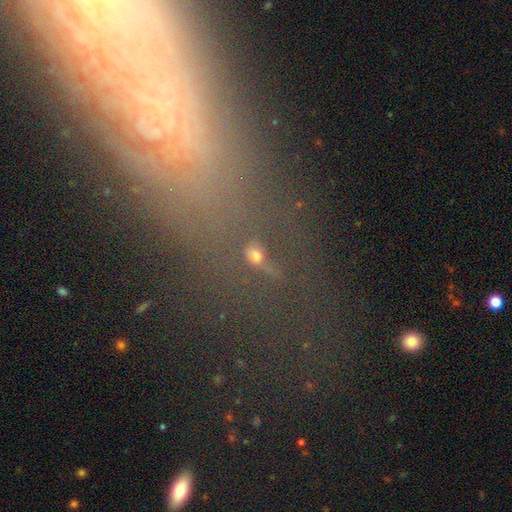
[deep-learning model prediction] Q: Smooth or featured?
A: smooth (44%); runner-up: star or artifact (38%)
Q: Merging?
A: none (45%); runner-up: merger (22%)